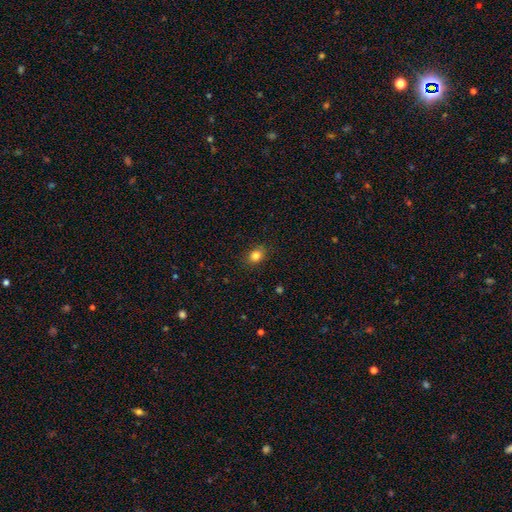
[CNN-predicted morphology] Smooth or featured: smooth — 84% (star or artifact — 11%)
How rounded: round — 52% (in between — 47%)
Merging: none — 87% (minor disturbance — 9%)